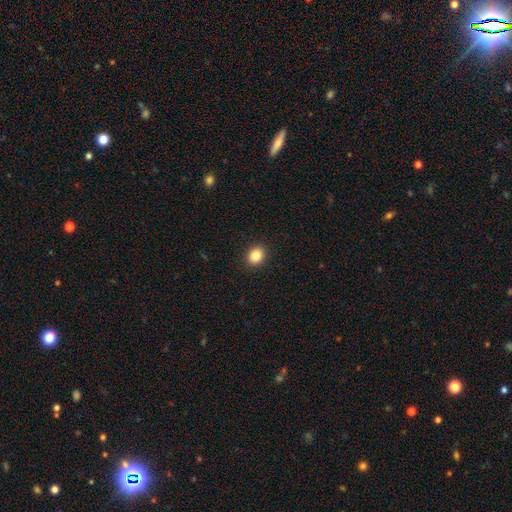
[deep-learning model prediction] Smooth or featured?
  - smooth: 86% *
  - star or artifact: 10%
  - featured or disk: 5%
How rounded?
  - round: 58% *
  - in between: 41%
  - cigar-shaped: 1%
Merging?
  - none: 91% *
  - minor disturbance: 6%
  - major disturbance: 2%
  - merger: 1%